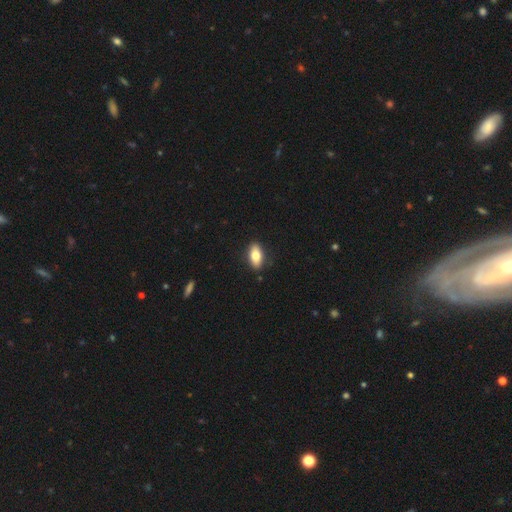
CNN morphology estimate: type=smooth (78%); roundness=in between (88%); merging=none (88%).